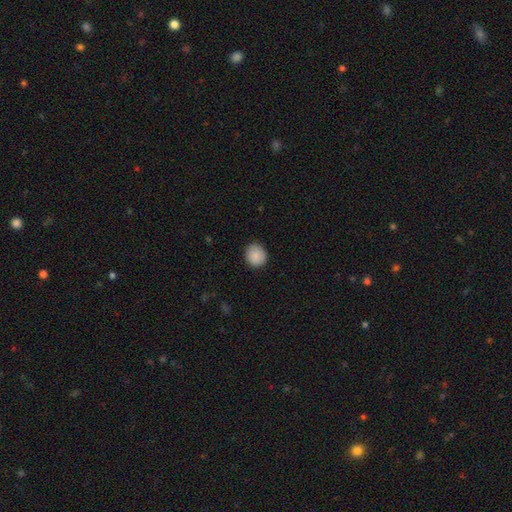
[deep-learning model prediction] The model was most divided on "how rounded": round: 83%, in between: 16%, cigar-shaped: 1%. More confident: smooth or featured — smooth (88%); merging — none (88%).